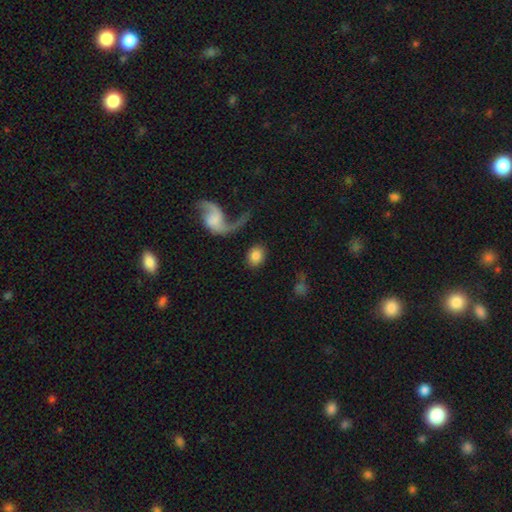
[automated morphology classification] Q: Smooth or featured?
A: smooth (74%); runner-up: featured or disk (19%)
Q: How rounded?
A: in between (61%); runner-up: round (37%)
Q: Merging?
A: none (73%); runner-up: minor disturbance (10%)